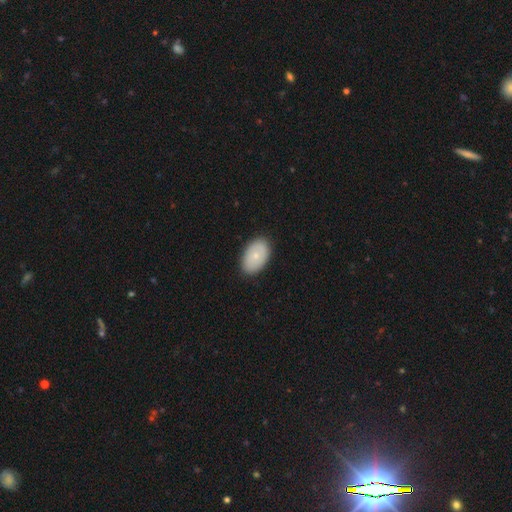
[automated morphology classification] A smooth galaxy with no disk features (71%) that is in between round and cigar-shaped (90%). Merging: none (87%).